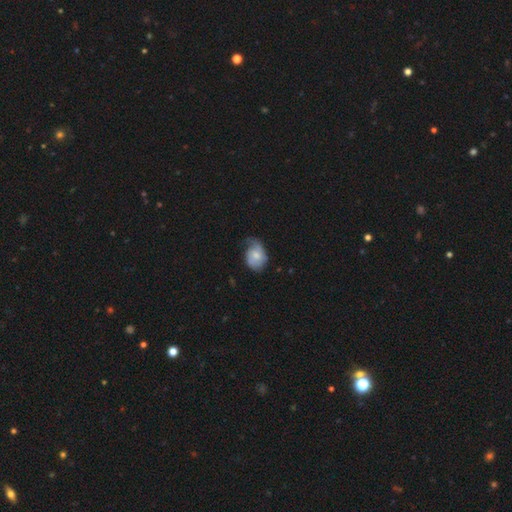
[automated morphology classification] smooth_or_featured: smooth (p=0.47) [tied with: featured or disk p=0.47]
merging: none (p=0.39) [alt: minor disturbance p=0.36]